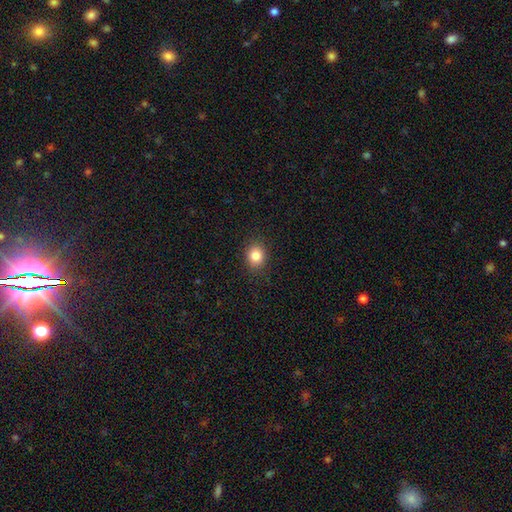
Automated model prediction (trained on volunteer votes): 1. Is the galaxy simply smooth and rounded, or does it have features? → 84% smooth, 11% star or artifact, 6% featured or disk.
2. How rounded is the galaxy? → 67% round, 32% in between, 1% cigar-shaped.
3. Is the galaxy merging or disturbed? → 88% none, 8% minor disturbance, 2% major disturbance, 1% merger.